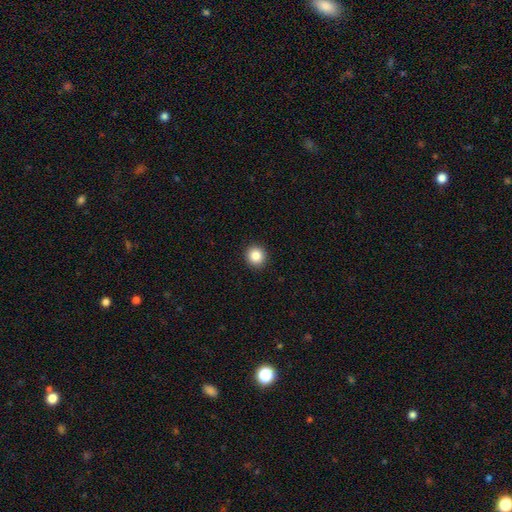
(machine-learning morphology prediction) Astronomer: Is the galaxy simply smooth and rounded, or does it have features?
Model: smooth — 86%.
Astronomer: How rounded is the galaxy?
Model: round — 92%.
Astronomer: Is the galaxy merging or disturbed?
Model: none — 93%.